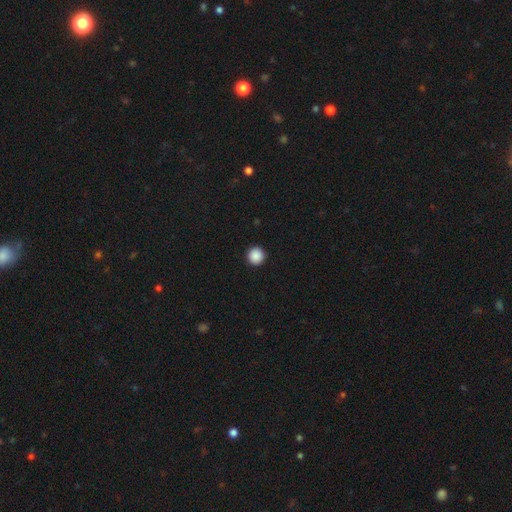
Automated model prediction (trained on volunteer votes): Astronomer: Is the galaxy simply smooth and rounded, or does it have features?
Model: smooth — 89%.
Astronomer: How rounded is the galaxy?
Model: round — 96%.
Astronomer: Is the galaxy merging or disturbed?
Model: none — 94%.